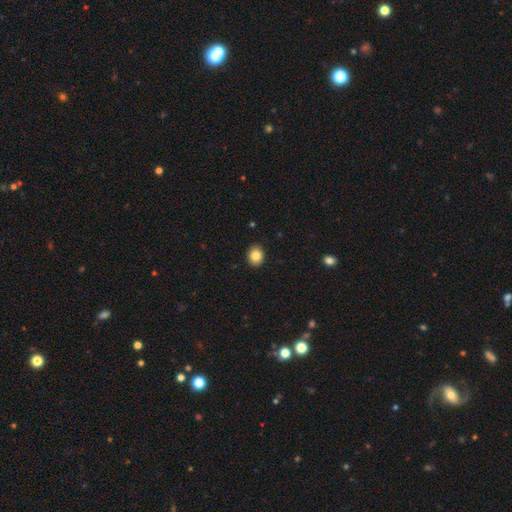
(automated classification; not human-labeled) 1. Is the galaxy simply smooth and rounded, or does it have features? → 84% smooth, 9% star or artifact, 6% featured or disk.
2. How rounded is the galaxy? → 63% round, 36% in between, 1% cigar-shaped.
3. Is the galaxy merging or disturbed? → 91% none, 6% minor disturbance, 2% major disturbance, 1% merger.